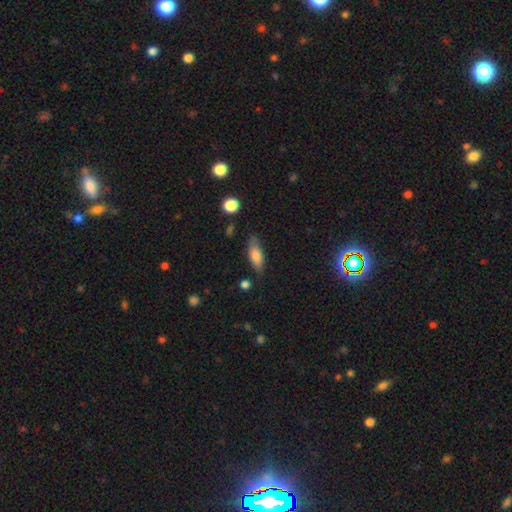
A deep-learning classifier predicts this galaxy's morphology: A smooth galaxy with no disk features (77%) that is in between round and cigar-shaped (71%). Merging: none (74%).